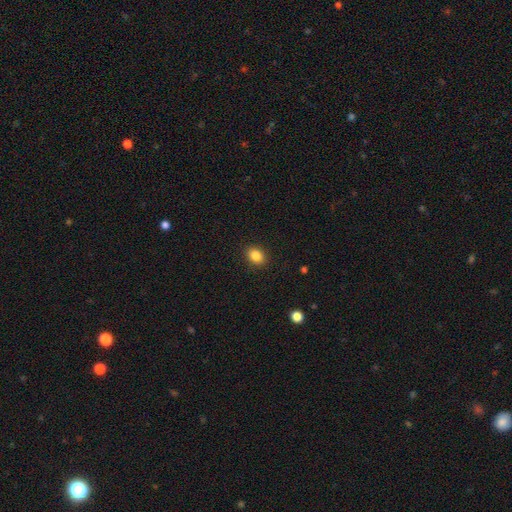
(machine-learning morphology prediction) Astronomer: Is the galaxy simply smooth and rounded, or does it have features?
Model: smooth — 85%.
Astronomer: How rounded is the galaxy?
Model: in between — 63%.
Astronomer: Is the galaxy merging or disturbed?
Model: none — 90%.